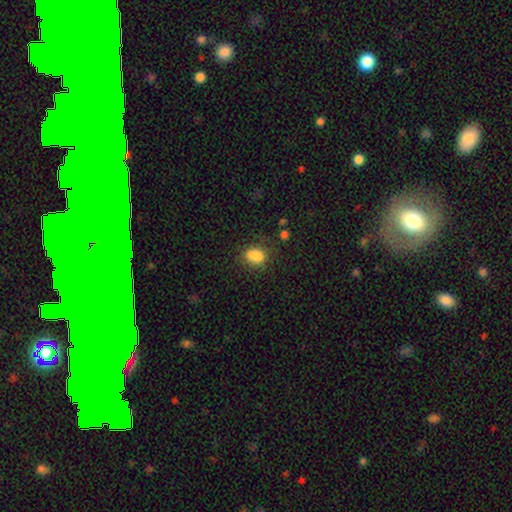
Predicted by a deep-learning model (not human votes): The model was most divided on "how rounded": in between: 65%, round: 34%, cigar-shaped: 2%. More confident: smooth or featured — smooth (82%); merging — none (64%).